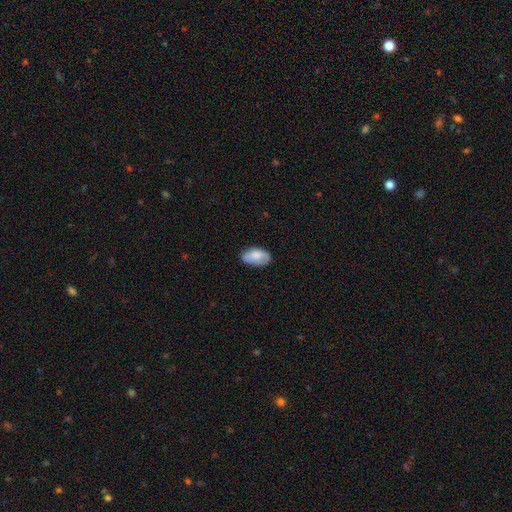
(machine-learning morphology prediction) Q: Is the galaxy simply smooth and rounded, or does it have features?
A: smooth — 78%.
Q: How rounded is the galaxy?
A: in between — 94%.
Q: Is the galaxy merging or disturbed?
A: none — 72%.